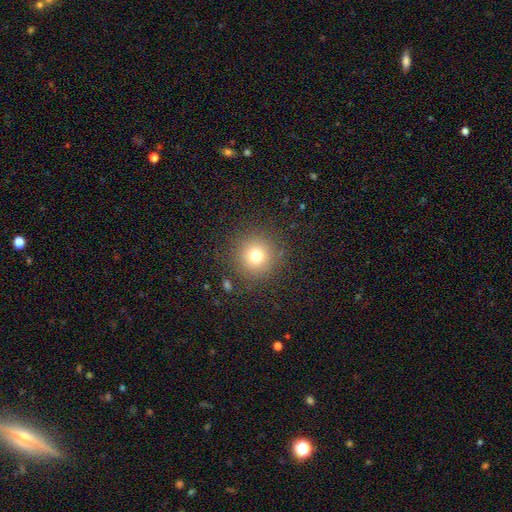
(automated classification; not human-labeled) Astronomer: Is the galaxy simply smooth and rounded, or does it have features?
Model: smooth — 75%.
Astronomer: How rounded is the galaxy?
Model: round — 94%.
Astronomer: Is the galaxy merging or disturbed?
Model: none — 88%.